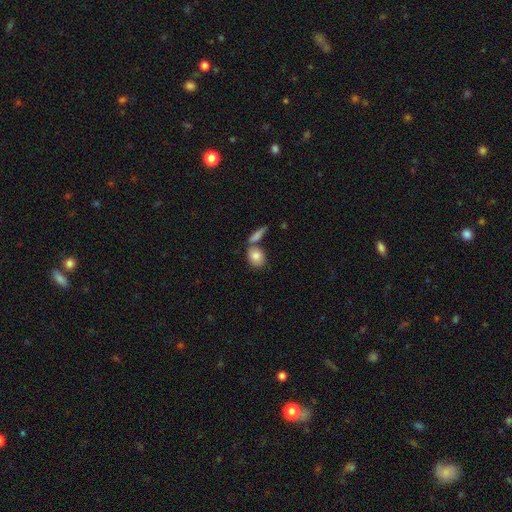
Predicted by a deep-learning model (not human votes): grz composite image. It shows a smooth galaxy with no disk features (83%) that is in between round and cigar-shaped (56%). Merging: none (56%).